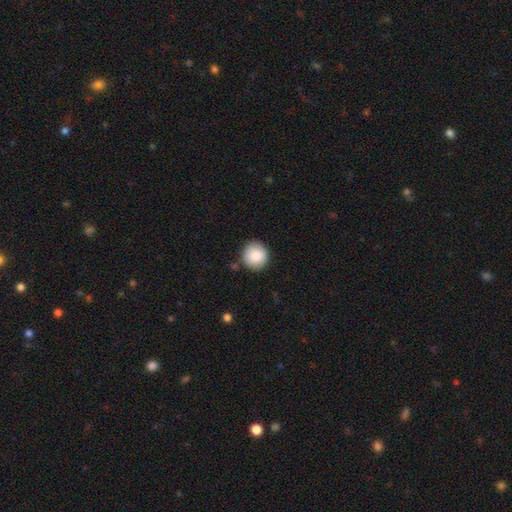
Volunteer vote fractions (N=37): A smooth galaxy with no disk features (92%) that is round (88%).

Vote fractions:
- Smooth or featured? smooth: 92% / featured or disk: 5% / star or artifact: 3%
- How rounded? round: 88% / in between: 9% / cigar-shaped: 3%
- Merging? none: 81% / major disturbance: 11% / minor disturbance: 8% / merger: 0%